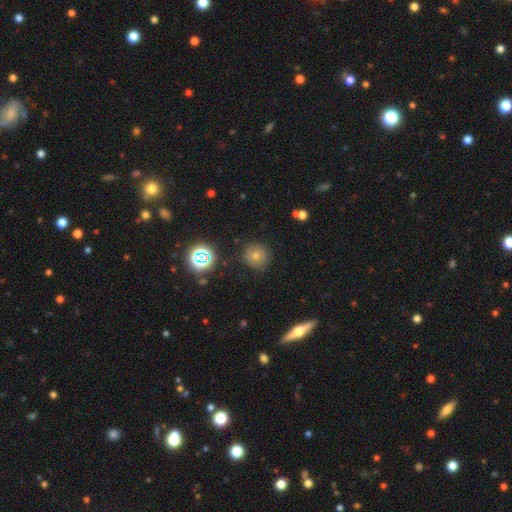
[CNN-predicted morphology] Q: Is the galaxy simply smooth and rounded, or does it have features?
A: smooth — 70%.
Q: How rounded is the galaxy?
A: round — 93%.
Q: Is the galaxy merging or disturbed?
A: none — 85%.